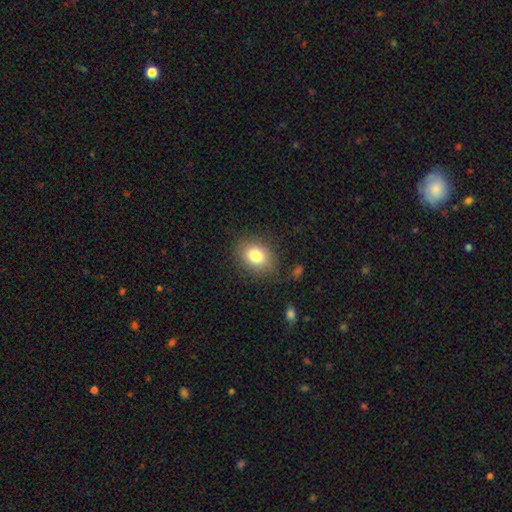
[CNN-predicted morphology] Smooth or featured? Predicted: smooth (p=0.79). How rounded? Predicted: in between (p=0.51). Merging? Predicted: none (p=0.81).